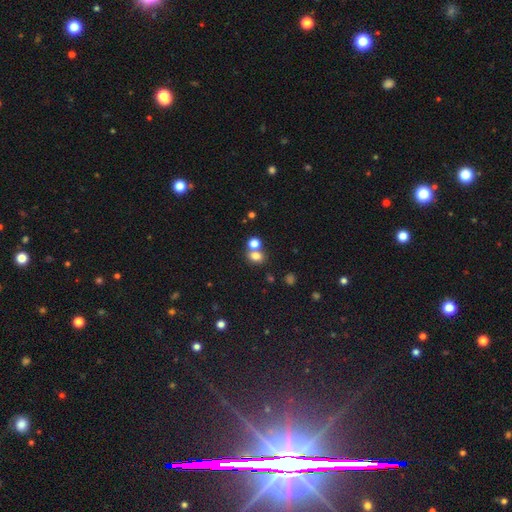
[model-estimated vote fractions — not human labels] The model was most divided on "merging": none: 47%, merger: 40%, minor disturbance: 8%, major disturbance: 4%. More confident: smooth or featured — smooth (77%); how rounded — round (57%).